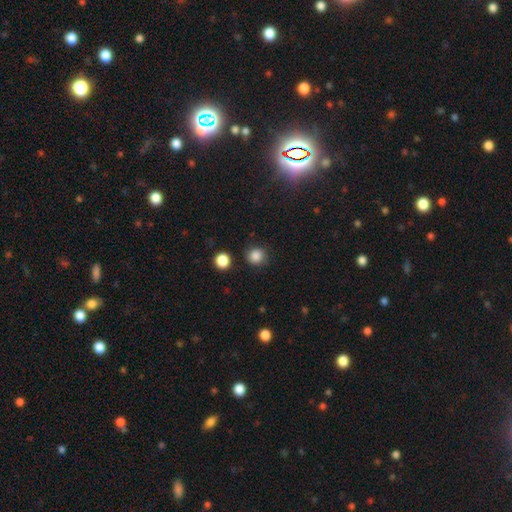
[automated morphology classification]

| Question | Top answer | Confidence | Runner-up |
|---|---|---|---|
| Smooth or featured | smooth | 85% | star or artifact (11%) |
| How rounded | round | 91% | in between (8%) |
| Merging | none | 85% | minor disturbance (9%) |